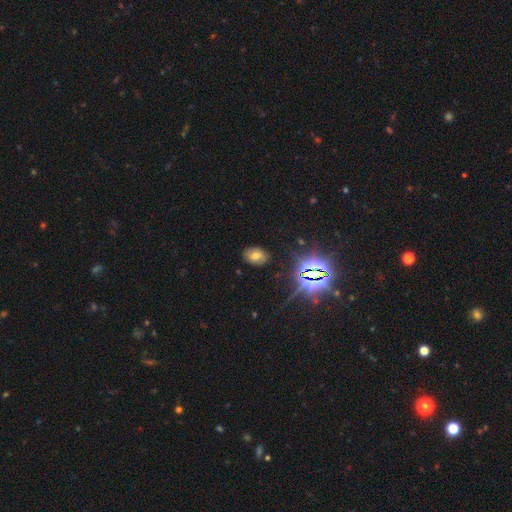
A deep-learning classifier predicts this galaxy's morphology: smooth_or_featured: smooth (p=0.48) [alt: star or artifact p=0.34]
merging: none (p=0.85) [alt: minor disturbance p=0.10]